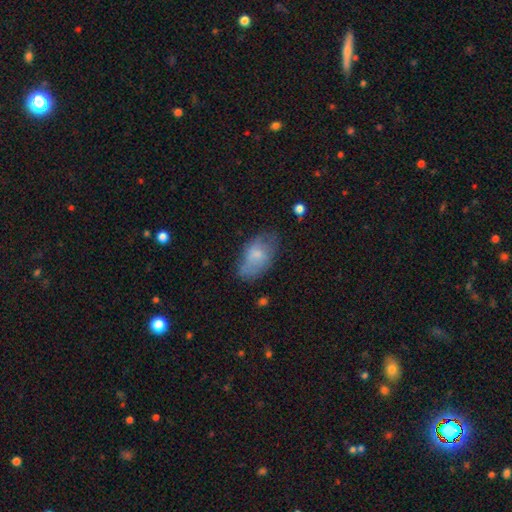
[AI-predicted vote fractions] Smooth or featured?
  - smooth: 62% *
  - featured or disk: 30%
  - star or artifact: 7%
How rounded?
  - in between: 92% *
  - round: 6%
  - cigar-shaped: 2%
Merging?
  - none: 54% *
  - minor disturbance: 31%
  - major disturbance: 13%
  - merger: 2%